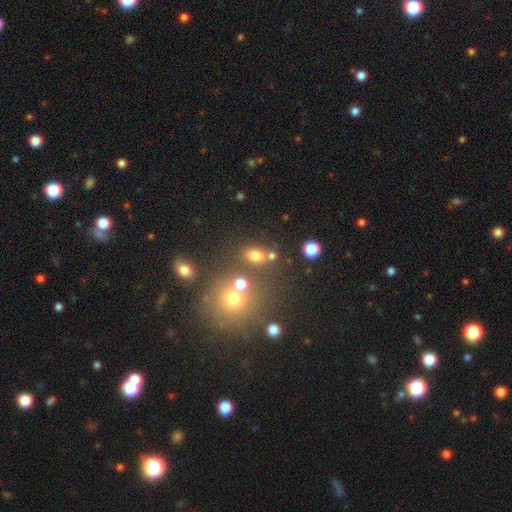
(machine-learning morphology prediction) type=smooth (73%); roundness=in between (69%); merging=none (64%).